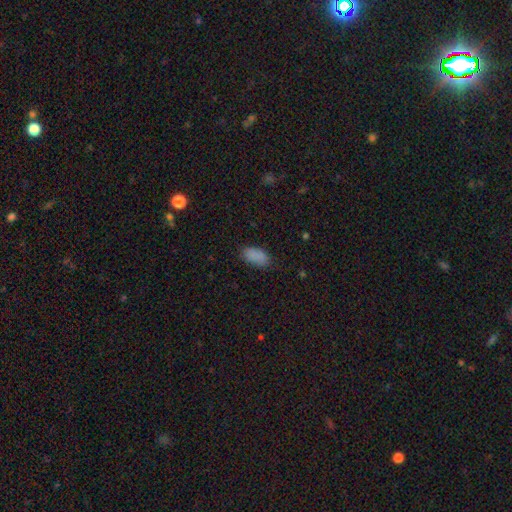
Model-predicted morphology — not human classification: This is clearly a smooth galaxy (86%). How rounded: clearly in between (93%). Merging: likely none (78%).